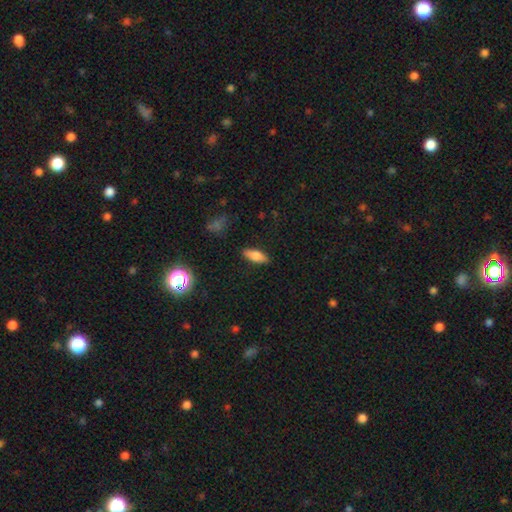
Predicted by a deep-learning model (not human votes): Morphology: type=smooth (76%); roundness=in between (69%); merging=none (86%).